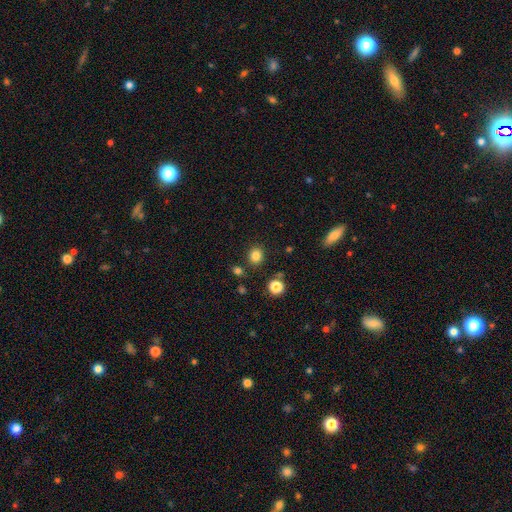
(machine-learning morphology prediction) Q: Smooth or featured?
A: smooth (83%); runner-up: star or artifact (13%)
Q: How rounded?
A: round (79%); runner-up: in between (20%)
Q: Merging?
A: none (86%); runner-up: minor disturbance (7%)